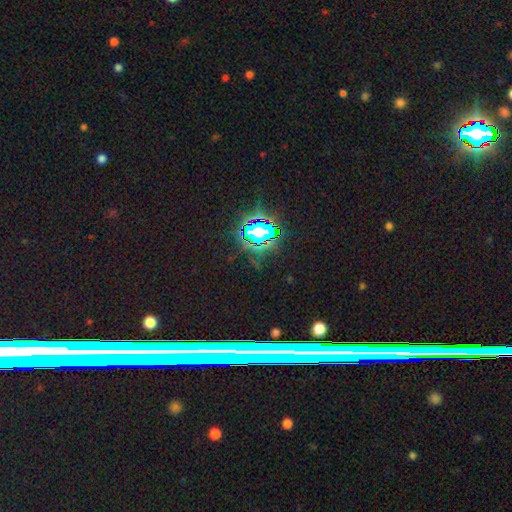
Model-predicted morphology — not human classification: Overall: star or artifact (74%).